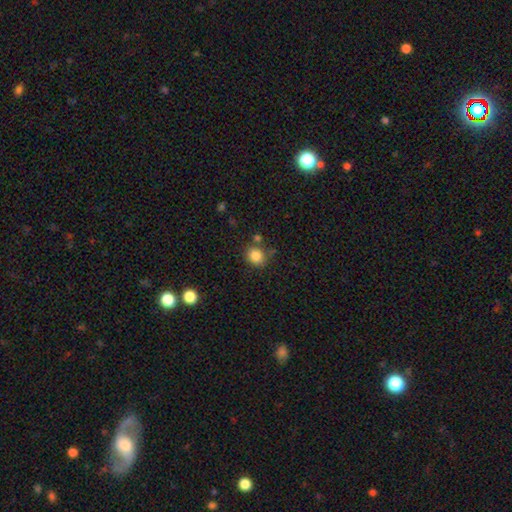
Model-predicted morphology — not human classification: Smooth or featured? smooth (84%)
How rounded? round (80%)
Merging? none (75%)